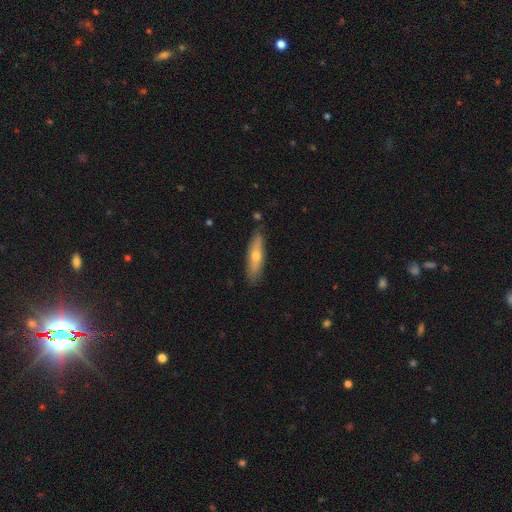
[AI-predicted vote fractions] Smooth or featured: smooth — 54% (featured or disk — 40%)
How rounded: cigar-shaped — 72% (in between — 26%)
Merging: none — 84% (minor disturbance — 12%)